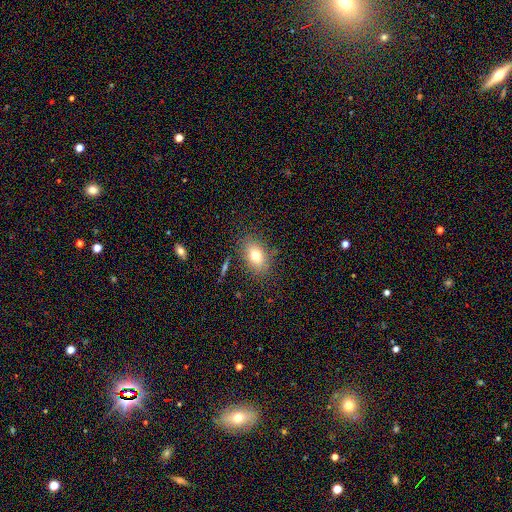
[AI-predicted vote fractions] This appears to be a smooth galaxy with no disk features (73%) that is in between round and cigar-shaped (79%). Merging: none (82%).